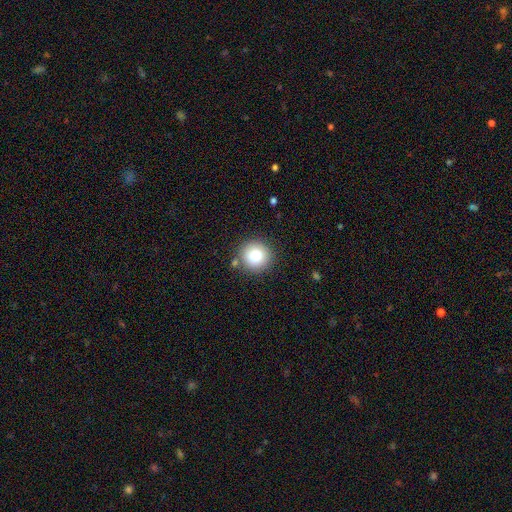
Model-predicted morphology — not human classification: type=smooth (79%); roundness=round (94%); merging=none (85%).